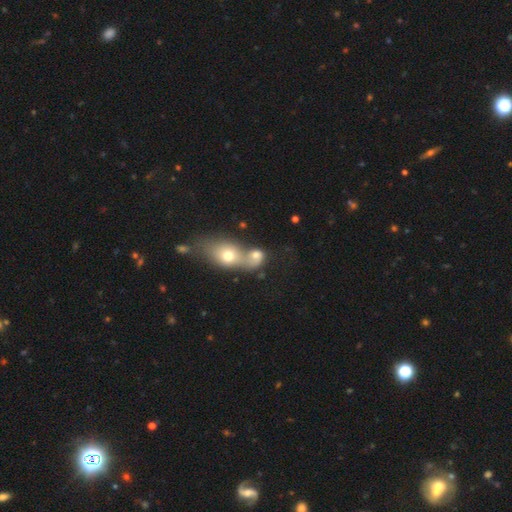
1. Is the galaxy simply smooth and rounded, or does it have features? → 65% smooth, 25% featured or disk, 10% star or artifact.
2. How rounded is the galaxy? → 50% round (tied), 50% in between (tied), 0% cigar-shaped.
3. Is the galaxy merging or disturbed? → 75% merger, 14% major disturbance, 11% none, 0% minor disturbance.